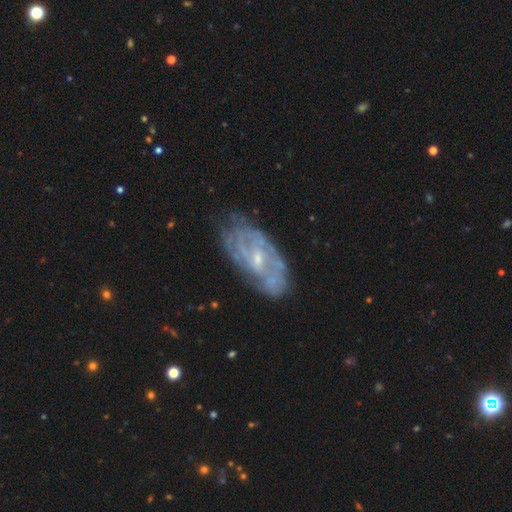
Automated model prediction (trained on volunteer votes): Smooth or featured: featured or disk — 69% (smooth — 19%)
Edge-on disk: no — 90% (yes — 10%)
Bar: no — 53% (weak — 37%)
Spiral arms: yes — 65% (no — 35%)
Bulge size: small — 63% (moderate — 29%)
Merging: none — 71% (minor disturbance — 18%)